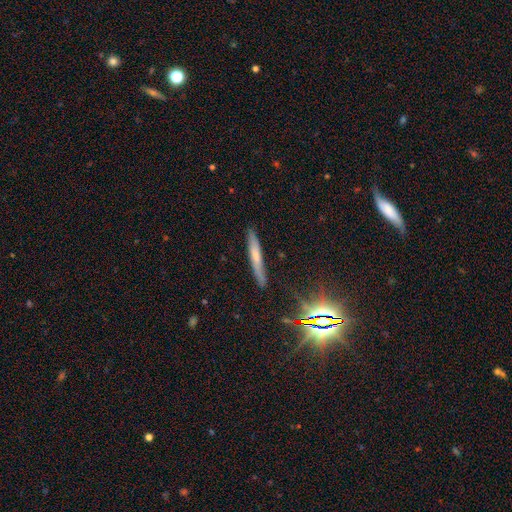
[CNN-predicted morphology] A smooth galaxy with no disk features (52%) that is cigar-shaped (94%). Merging: none (83%).